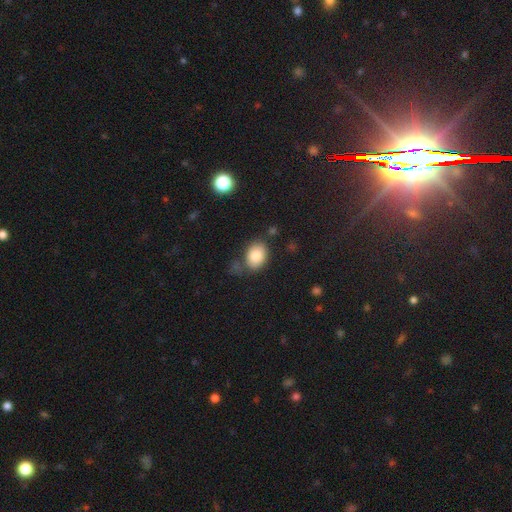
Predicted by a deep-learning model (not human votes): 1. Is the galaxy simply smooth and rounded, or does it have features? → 83% smooth, 8% featured or disk, 8% star or artifact.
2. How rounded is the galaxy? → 74% in between, 24% round, 1% cigar-shaped.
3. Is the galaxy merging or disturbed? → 66% none, 19% minor disturbance, 9% merger, 7% major disturbance.